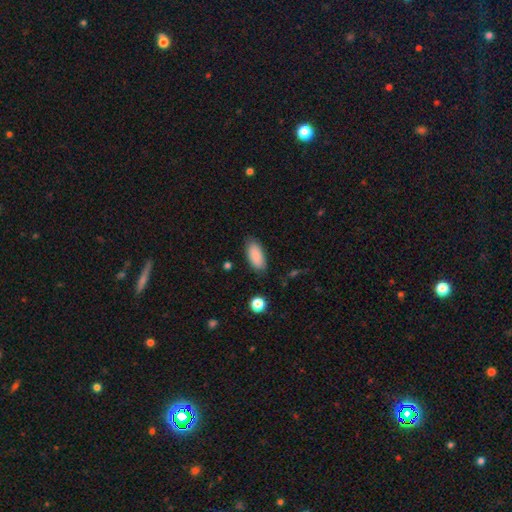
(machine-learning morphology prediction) This appears to be a smooth galaxy with no disk features (89%) that is in between round and cigar-shaped (87%). Merging: none (84%).